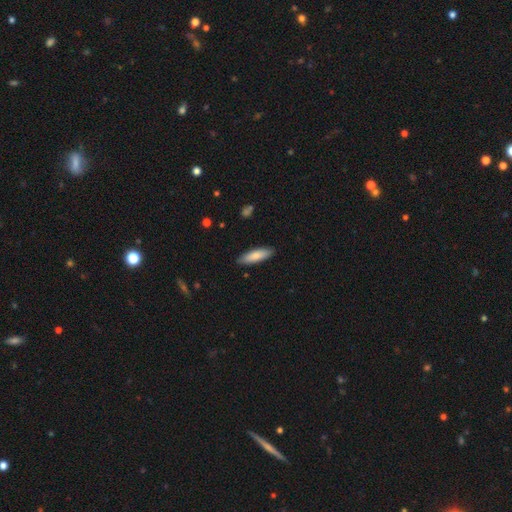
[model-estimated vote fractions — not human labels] Morphology: type=smooth (81%); roundness=cigar-shaped (59%); merging=none (88%).